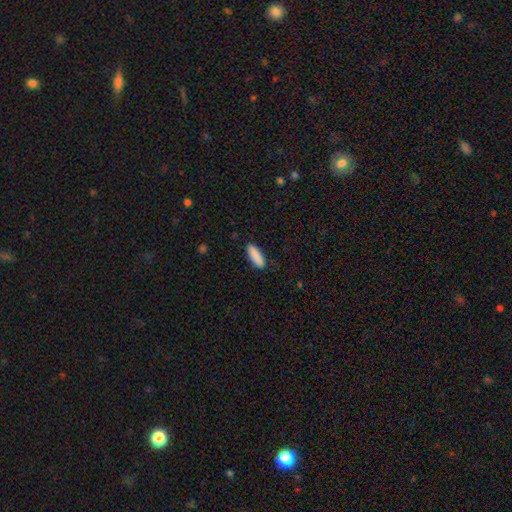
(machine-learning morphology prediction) Overall: smooth (90%). How rounded: in between (64%; cigar-shaped 34%). Merging: none (87%).